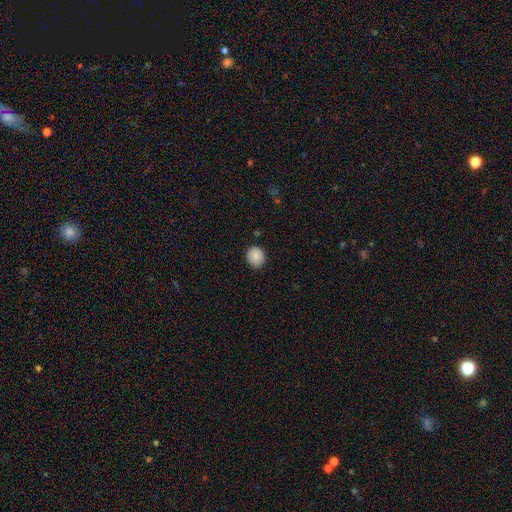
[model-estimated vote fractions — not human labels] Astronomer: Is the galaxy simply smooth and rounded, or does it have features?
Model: smooth — 86%.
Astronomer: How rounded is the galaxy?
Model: round — 80%.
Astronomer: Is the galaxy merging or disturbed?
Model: none — 86%.